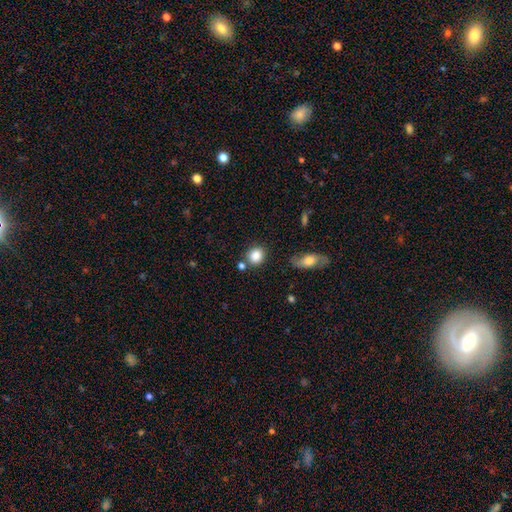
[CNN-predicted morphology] Smooth or featured: smooth — 86% (star or artifact — 9%)
How rounded: round — 74% (in between — 25%)
Merging: none — 75% (minor disturbance — 12%)